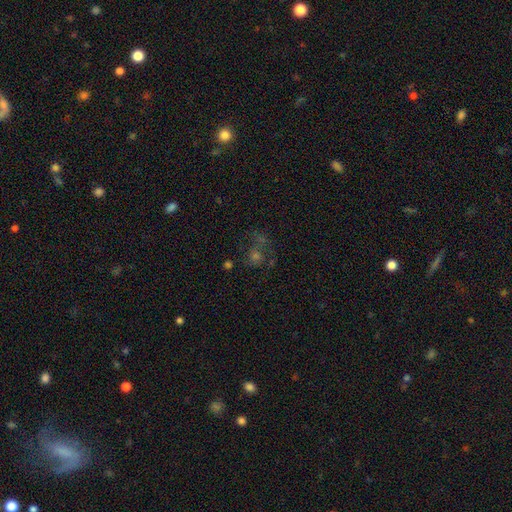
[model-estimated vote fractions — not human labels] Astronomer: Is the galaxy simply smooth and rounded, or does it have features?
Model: star or artifact — 37% (runner-up: smooth, 35%).